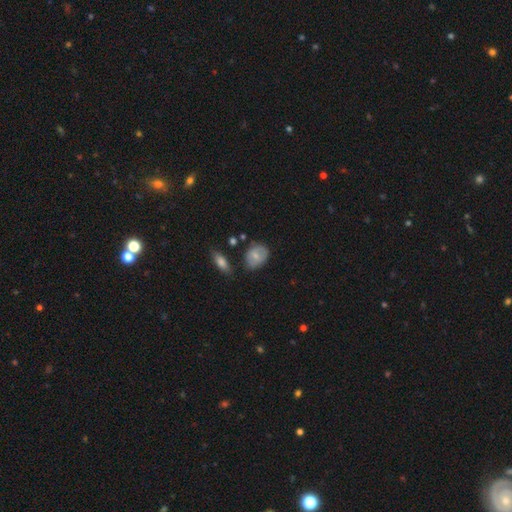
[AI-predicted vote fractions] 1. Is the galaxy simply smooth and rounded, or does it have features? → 66% smooth, 27% featured or disk, 7% star or artifact.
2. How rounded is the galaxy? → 63% in between, 35% round, 2% cigar-shaped.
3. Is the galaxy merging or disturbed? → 62% none, 26% minor disturbance, 7% major disturbance, 5% merger.